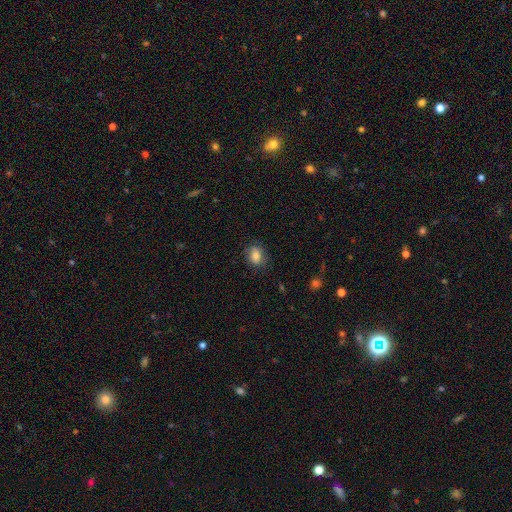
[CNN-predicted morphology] This appears to be a smooth galaxy with no disk features (80%) that is in between round and cigar-shaped (61%). Merging: none (79%).